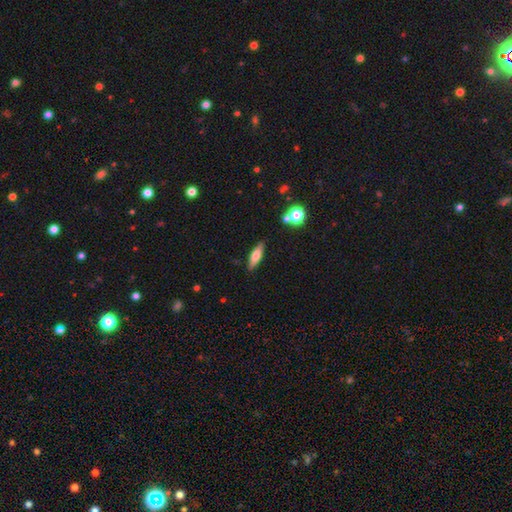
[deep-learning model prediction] A smooth galaxy with no disk features (58%) that is cigar-shaped (57%).

Vote fractions:
- Smooth or featured? smooth: 58% / featured or disk: 34% / star or artifact: 8%
- How rounded? cigar-shaped: 57% / in between: 40% / round: 3%
- Merging? none: 86% / minor disturbance: 9% / merger: 2% / major disturbance: 2%